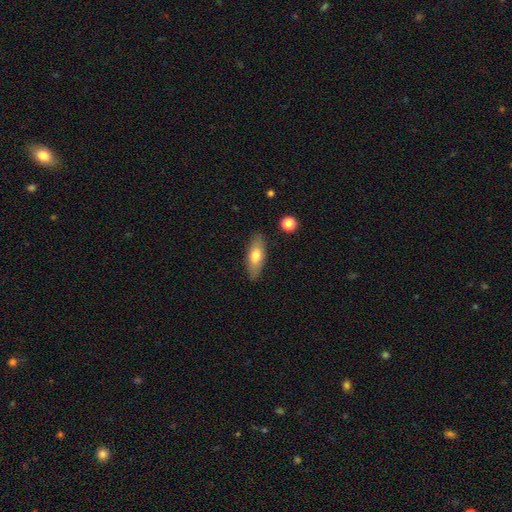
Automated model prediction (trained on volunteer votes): smooth_or_featured: smooth (p=0.70) [alt: featured or disk p=0.24]
how_rounded: in between (p=0.67) [alt: cigar-shaped p=0.30]
merging: none (p=0.85) [alt: minor disturbance p=0.11]